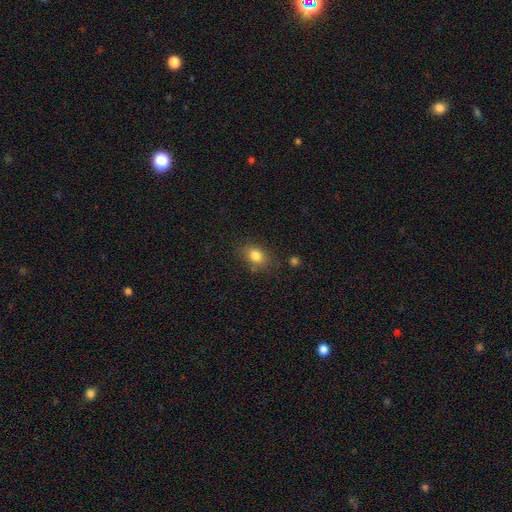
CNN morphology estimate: smooth-or-featured: smooth: 82% | star or artifact: 11% | featured or disk: 8%
  how-rounded: in between: 67% | round: 31% | cigar-shaped: 2%
  merging: none: 76% | minor disturbance: 16% | major disturbance: 4% | merger: 3%